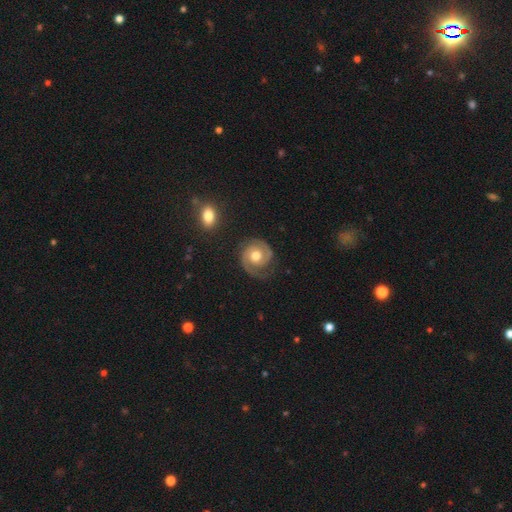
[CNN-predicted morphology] smooth_or_featured: featured or disk (p=0.84) [alt: smooth p=0.11]
disk_edge_on: no (p=0.98) [alt: yes p=0.02]
bar: no (p=0.73) [alt: weak p=0.22]
has_spiral_arms: yes (p=0.97) [alt: no p=0.03]
spiral_winding: tight (p=0.58) [alt: medium p=0.34]
spiral_arm_count: 2 (p=0.81) [alt: 1 p=0.12]
bulge_size: moderate (p=0.78) [alt: large p=0.10]
merging: none (p=0.77) [alt: minor disturbance p=0.15]